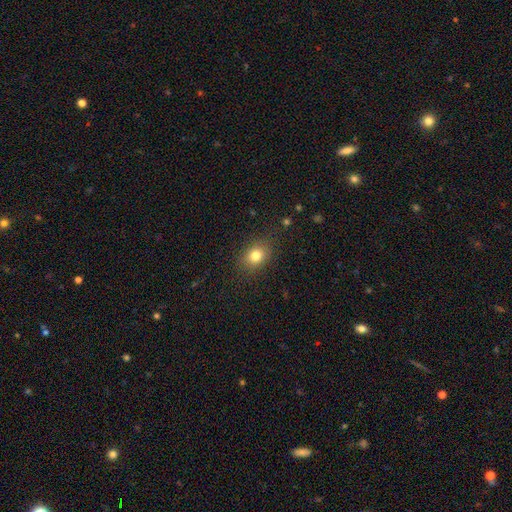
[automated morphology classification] Smooth or featured? smooth (80%)
How rounded? in between (56%)
Merging? none (84%)